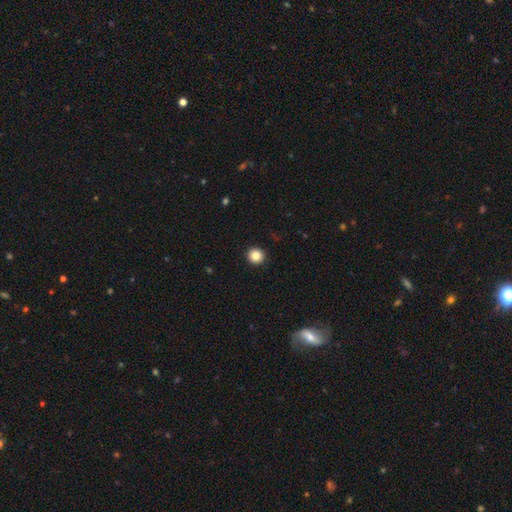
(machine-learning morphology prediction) Smooth or featured? Predicted: smooth (p=0.85). How rounded? Predicted: round (p=0.95). Merging? Predicted: none (p=0.93).